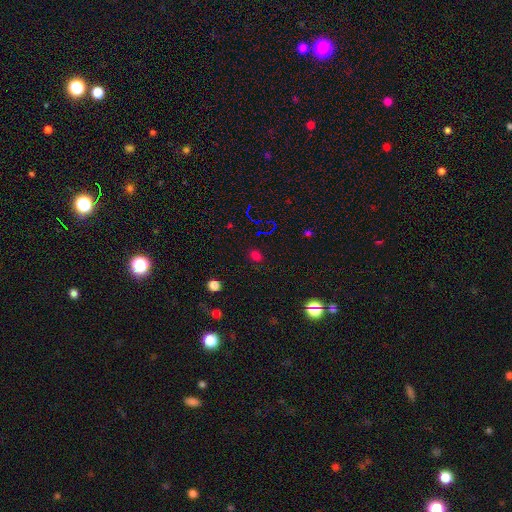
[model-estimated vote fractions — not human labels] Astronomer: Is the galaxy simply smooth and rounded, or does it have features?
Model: smooth — 64%.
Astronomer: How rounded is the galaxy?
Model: round — 50% (runner-up: in between, 48%).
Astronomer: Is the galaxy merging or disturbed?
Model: none — 85%.